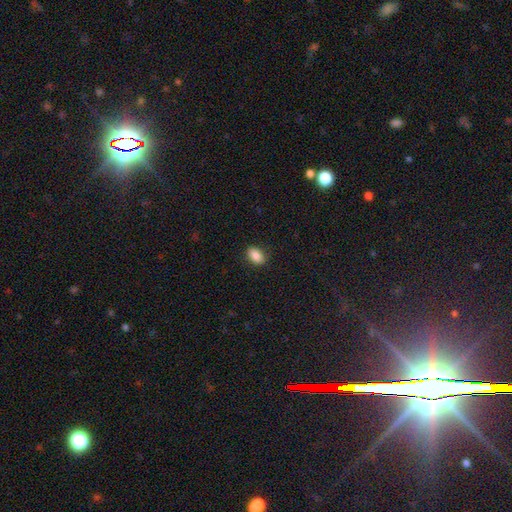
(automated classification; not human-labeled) A smooth galaxy with no disk features (87%) that is in between round and cigar-shaped (86%).

Vote fractions:
- Smooth or featured? smooth: 87% / star or artifact: 8% / featured or disk: 4%
- How rounded? in between: 86% / round: 12% / cigar-shaped: 2%
- Merging? none: 88% / minor disturbance: 9% / major disturbance: 2% / merger: 1%